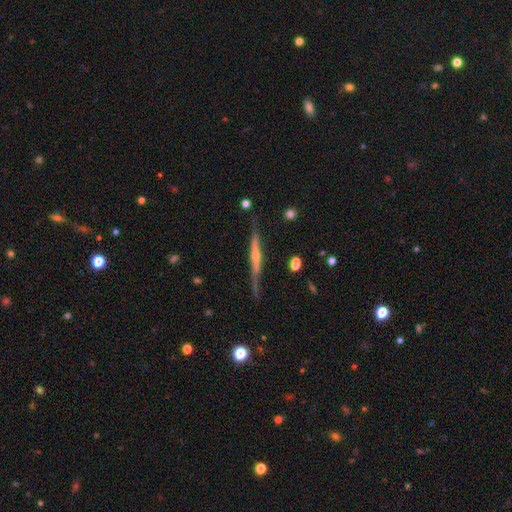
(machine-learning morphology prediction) Smooth or featured? featured or disk (78%)
Edge-on disk? yes (97%)
Edge-on bulge? rounded (72%)
Merging? none (82%)